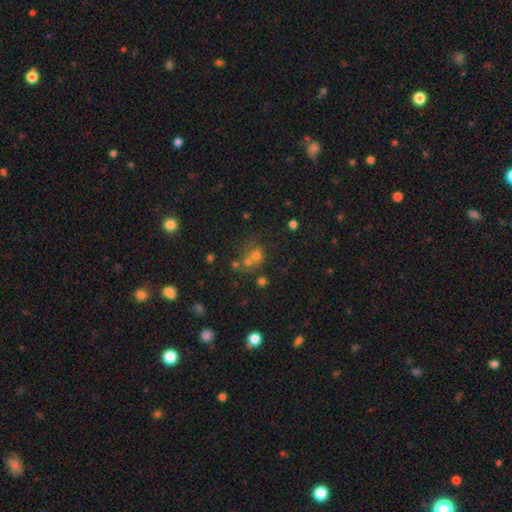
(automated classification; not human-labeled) Smooth or featured? smooth (58%)
How rounded? round (75%)
Merging? merger (43%)